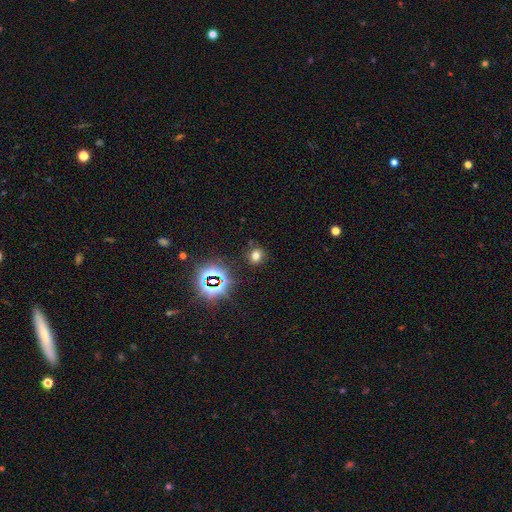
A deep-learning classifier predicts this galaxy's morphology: smooth 65%, star or artifact 27%, featured or disk 8%. Down the decision tree: how rounded — round (72%); merging — none (83%).